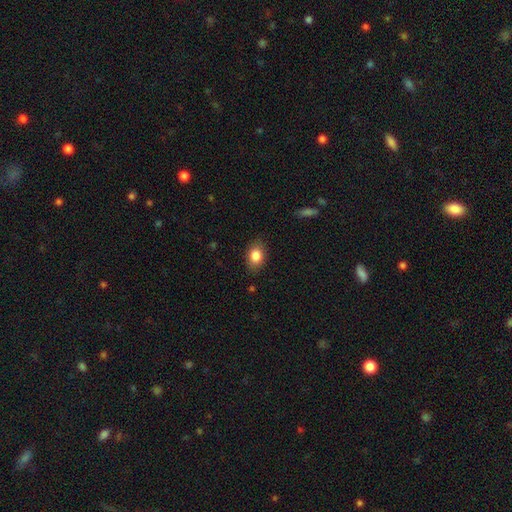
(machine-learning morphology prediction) The model was most divided on "how rounded": in between: 77%, round: 22%, cigar-shaped: 1%. More confident: smooth or featured — smooth (84%); merging — none (84%).